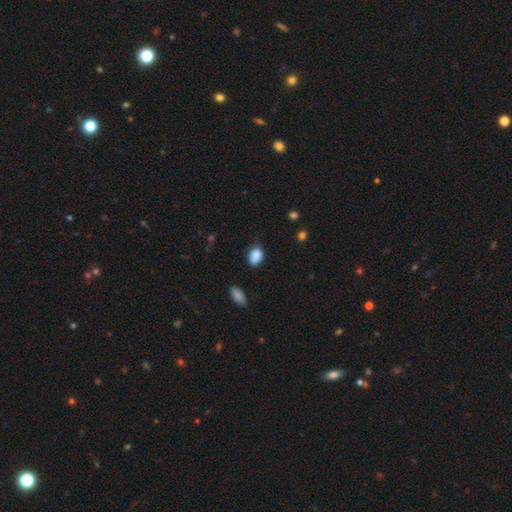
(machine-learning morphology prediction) Smooth or featured? Predicted: smooth (p=0.86). How rounded? Predicted: in between (p=0.77). Merging? Predicted: none (p=0.68).